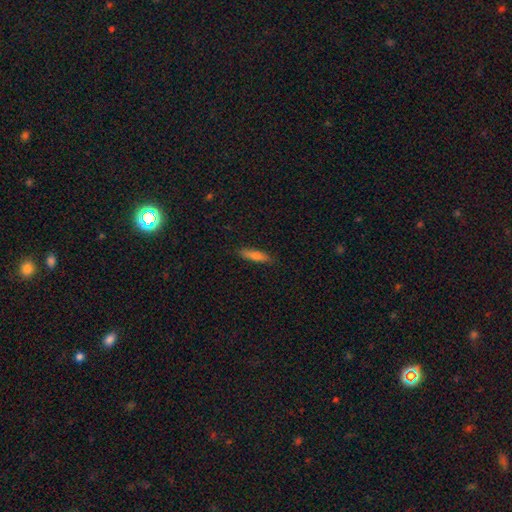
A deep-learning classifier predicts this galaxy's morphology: Smooth or featured? Predicted: smooth (p=0.77). How rounded? Predicted: cigar-shaped (p=0.75). Merging? Predicted: none (p=0.87).